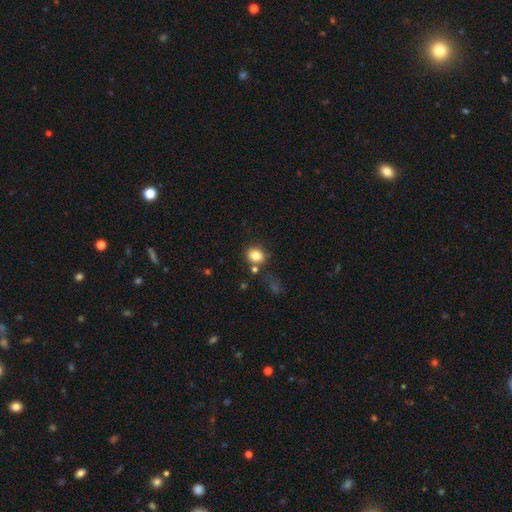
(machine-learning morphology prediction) smooth_or_featured: smooth (p=0.82) [alt: star or artifact p=0.11]
how_rounded: round (p=0.65) [alt: in between p=0.34]
merging: none (p=0.72) [alt: minor disturbance p=0.14]